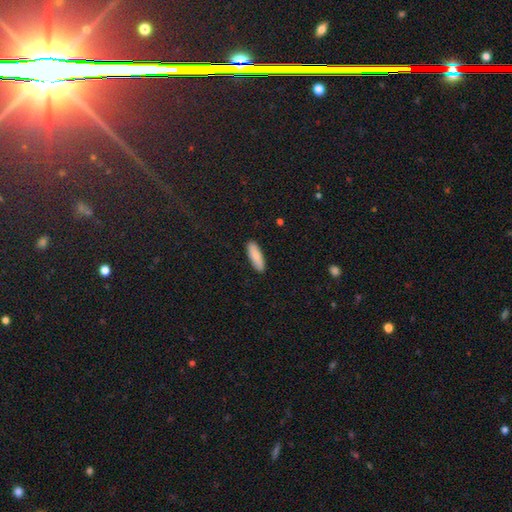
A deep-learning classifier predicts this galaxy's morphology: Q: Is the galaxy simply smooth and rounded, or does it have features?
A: smooth — 86%.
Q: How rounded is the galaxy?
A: cigar-shaped — 50%.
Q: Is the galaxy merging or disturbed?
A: none — 90%.